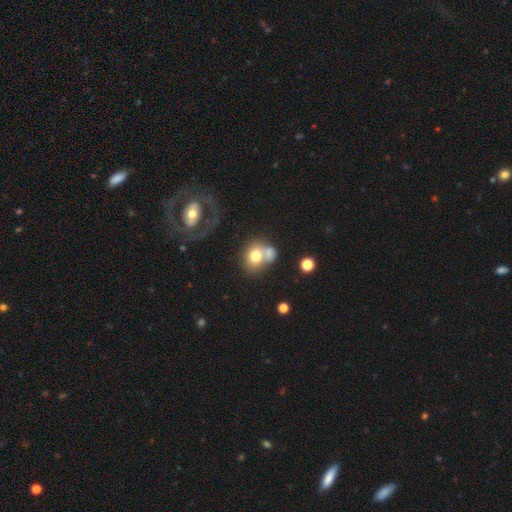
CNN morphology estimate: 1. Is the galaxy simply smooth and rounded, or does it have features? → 69% smooth, 22% featured or disk, 10% star or artifact.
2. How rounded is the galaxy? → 63% round, 36% in between, 1% cigar-shaped.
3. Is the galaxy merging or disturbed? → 52% merger, 28% none, 11% major disturbance, 10% minor disturbance.